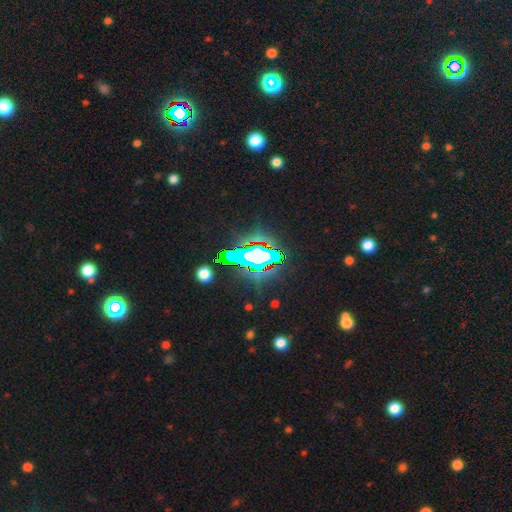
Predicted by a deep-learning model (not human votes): The model was most divided on "smooth or featured": star or artifact: 76%, smooth: 13%, featured or disk: 11%.